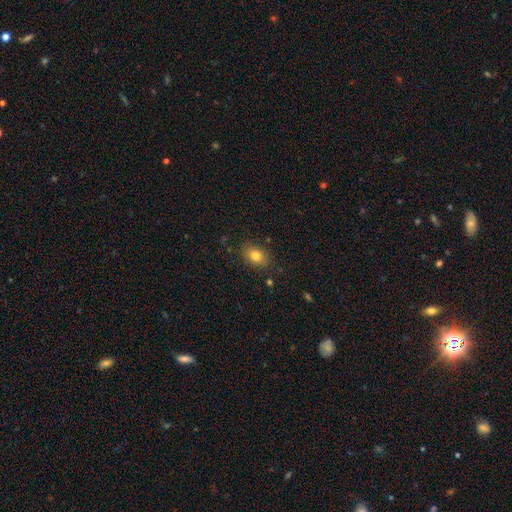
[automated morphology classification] smooth-or-featured: smooth: 80% | featured or disk: 10% | star or artifact: 10%
  how-rounded: in between: 79% | round: 19% | cigar-shaped: 1%
  merging: none: 85% | minor disturbance: 11% | major disturbance: 3% | merger: 2%